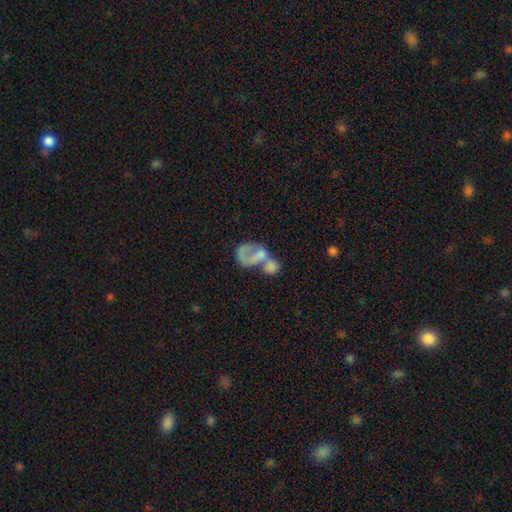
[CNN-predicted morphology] Overall: smooth (49%; featured or disk 40%). Merging: merger (60%).